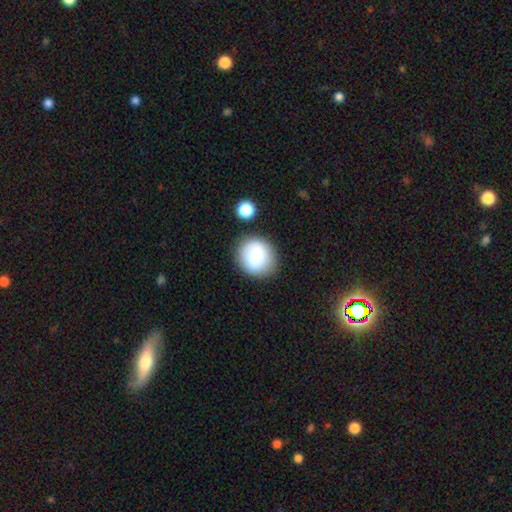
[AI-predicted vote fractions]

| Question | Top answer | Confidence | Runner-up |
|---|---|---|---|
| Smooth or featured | smooth | 83% | featured or disk (9%) |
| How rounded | round | 82% | in between (17%) |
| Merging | none | 76% | minor disturbance (13%) |